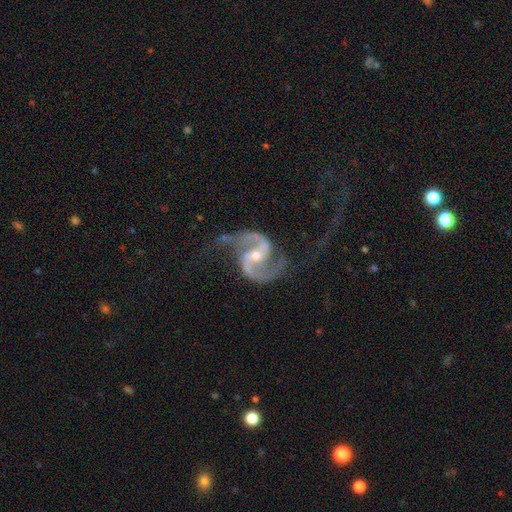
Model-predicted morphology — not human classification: smooth-or-featured: featured or disk: 93% | star or artifact: 4% | smooth: 2%
  disk-edge-on: no: 98% | yes: 2%
    bar: weak: 40% | strong: 30% | no: 30%
    has-spiral-arms: yes: 98% | no: 2%
      spiral-winding: medium: 53% | loose: 37% | tight: 11%
      spiral-arm-count: 2: 94% | can't tell: 1% | 3: 1% | 1: 1% | 4: 1% | more than 4: 1%
    bulge-size: small: 49% | moderate: 47% | large: 2% | none: 1% | dominant: 1%
  merging: none: 65% | minor disturbance: 17% | major disturbance: 15% | merger: 3%